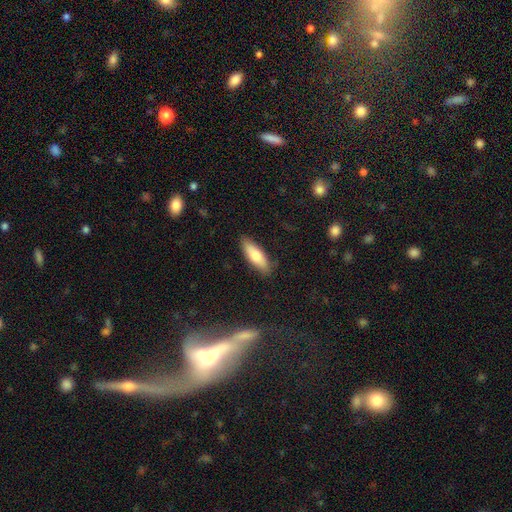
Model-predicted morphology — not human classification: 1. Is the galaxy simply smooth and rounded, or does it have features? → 71% smooth, 23% featured or disk, 6% star or artifact.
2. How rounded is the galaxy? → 58% in between, 40% cigar-shaped, 2% round.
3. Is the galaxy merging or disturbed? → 85% none, 11% minor disturbance, 2% major disturbance, 1% merger.